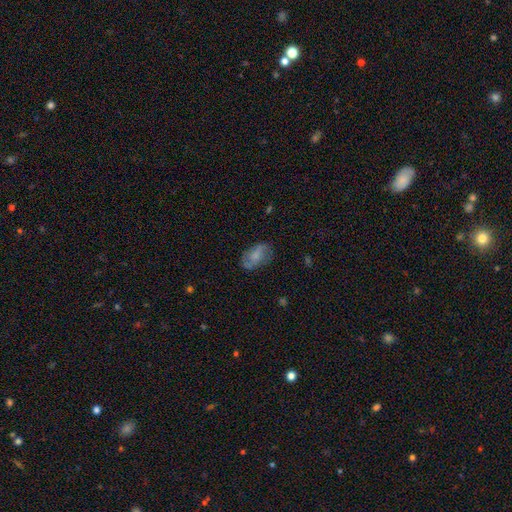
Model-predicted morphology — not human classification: type=smooth (54%); roundness=in between (90%); merging=none (66%).